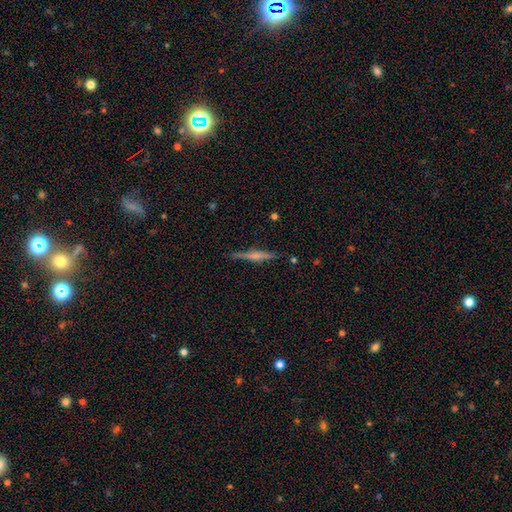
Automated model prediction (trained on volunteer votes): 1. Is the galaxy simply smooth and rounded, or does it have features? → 66% featured or disk, 27% smooth, 7% star or artifact.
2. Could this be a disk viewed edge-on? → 98% yes, 2% no.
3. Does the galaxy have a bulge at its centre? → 66% rounded, 18% boxy, 16% none.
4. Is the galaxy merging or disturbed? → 87% none, 9% minor disturbance, 2% major disturbance, 1% merger.